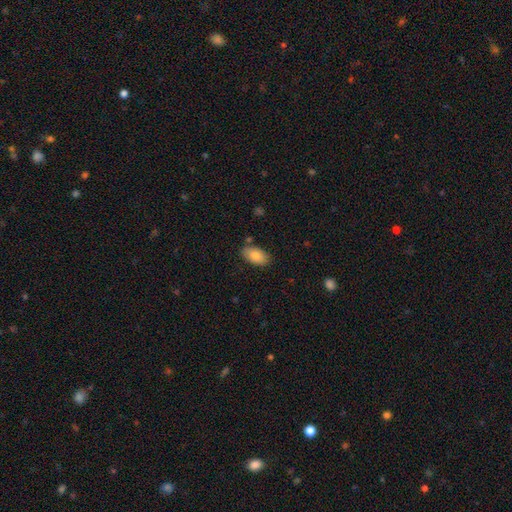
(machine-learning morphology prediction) smooth-or-featured: smooth: 84% | featured or disk: 9% | star or artifact: 7%
  how-rounded: in between: 94% | round: 3% | cigar-shaped: 3%
  merging: none: 82% | minor disturbance: 13% | merger: 3% | major disturbance: 2%